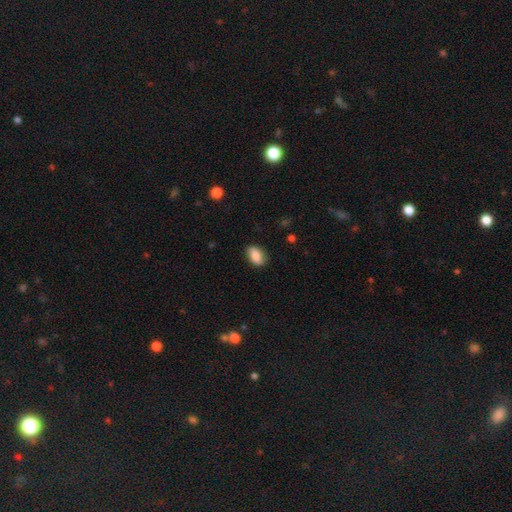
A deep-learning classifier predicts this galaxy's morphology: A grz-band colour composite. It shows a smooth galaxy with no disk features (77%) that is in between round and cigar-shaped (85%). Merging: none (81%).